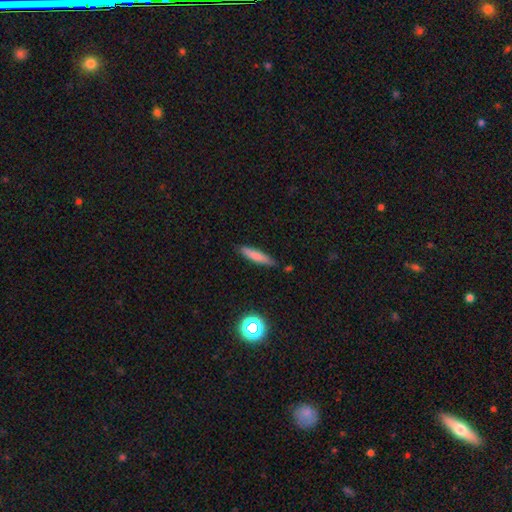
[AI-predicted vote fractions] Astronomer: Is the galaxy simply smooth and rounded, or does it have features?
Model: smooth — 78%.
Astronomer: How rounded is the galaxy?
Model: cigar-shaped — 85%.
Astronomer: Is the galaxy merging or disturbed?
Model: none — 82%.